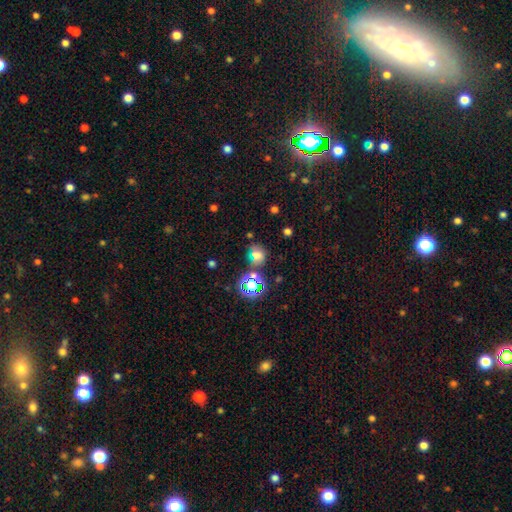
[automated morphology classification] A smooth galaxy with no disk features (56%) that is round (64%).

Vote fractions:
- Smooth or featured? smooth: 56% / star or artifact: 34% / featured or disk: 10%
- How rounded? round: 64% / in between: 35% / cigar-shaped: 1%
- Merging? none: 63% / minor disturbance: 16% / merger: 13% / major disturbance: 8%